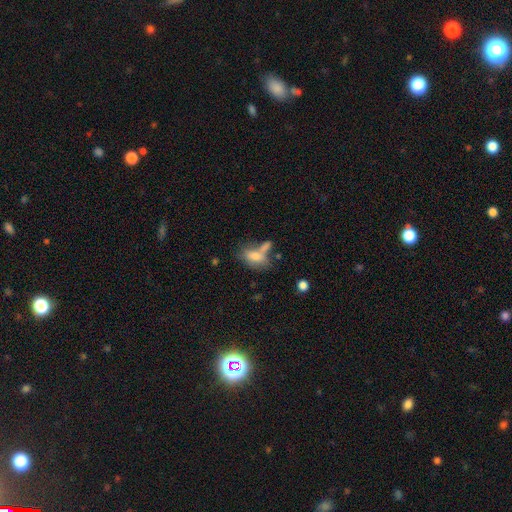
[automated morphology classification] Smooth or featured?
  - smooth: 71% *
  - featured or disk: 19%
  - star or artifact: 10%
How rounded?
  - in between: 83% *
  - round: 9%
  - cigar-shaped: 7%
Merging?
  - none: 40% *
  - merger: 32%
  - minor disturbance: 17%
  - major disturbance: 11%